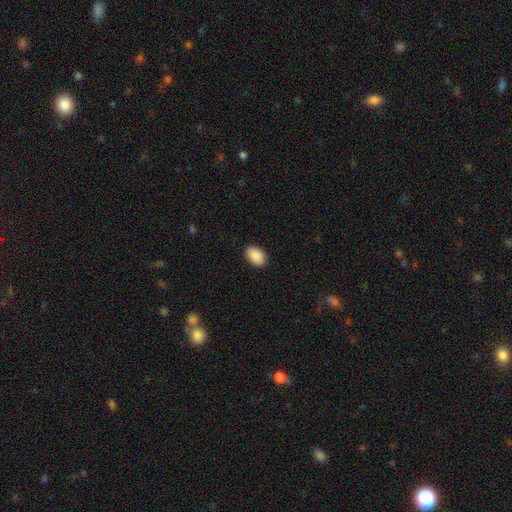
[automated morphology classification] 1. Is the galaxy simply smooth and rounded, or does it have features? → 91% smooth, 6% star or artifact, 2% featured or disk.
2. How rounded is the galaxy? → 89% in between, 9% round, 1% cigar-shaped.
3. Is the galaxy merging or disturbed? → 89% none, 8% minor disturbance, 2% major disturbance, 1% merger.